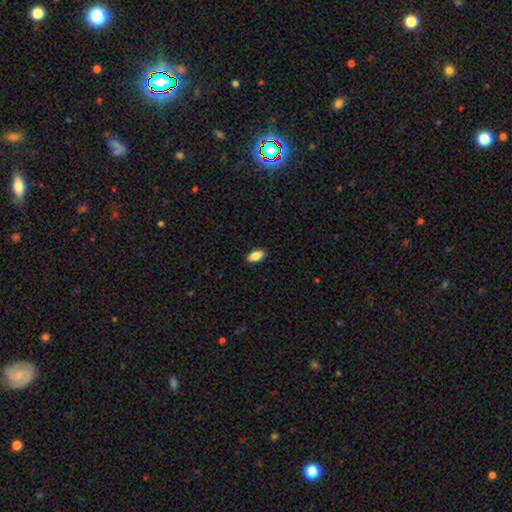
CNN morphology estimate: A smooth galaxy with no disk features (86%) that is in between round and cigar-shaped (89%).

Vote fractions:
- Smooth or featured? smooth: 86% / featured or disk: 7% / star or artifact: 7%
- How rounded? in between: 89% / cigar-shaped: 8% / round: 3%
- Merging? none: 90% / minor disturbance: 7% / major disturbance: 2% / merger: 1%